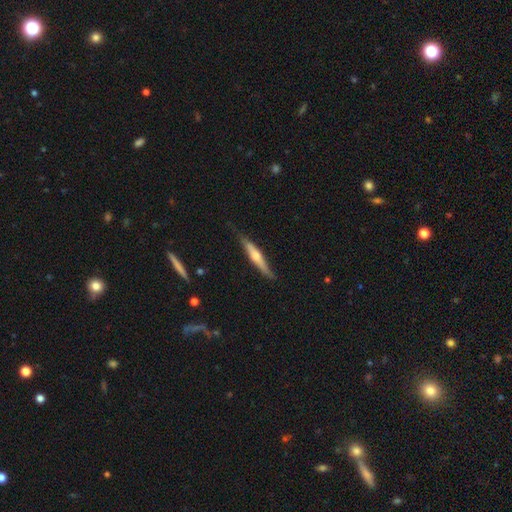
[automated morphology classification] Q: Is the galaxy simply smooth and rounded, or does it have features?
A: featured or disk — 53%.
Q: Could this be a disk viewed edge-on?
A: yes — 94%.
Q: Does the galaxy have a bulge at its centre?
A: rounded — 79%.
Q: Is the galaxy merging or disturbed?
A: none — 75%.